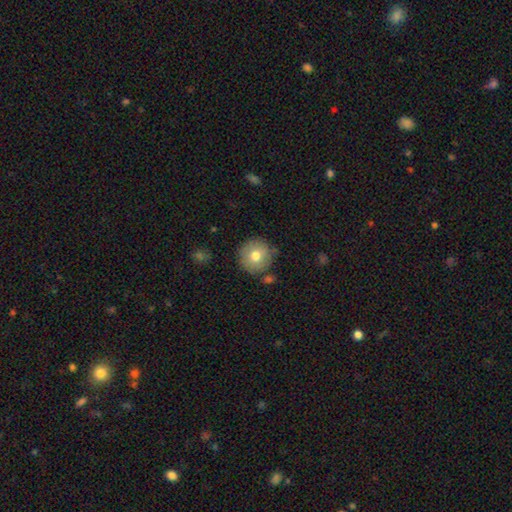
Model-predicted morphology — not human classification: This appears to be a smooth galaxy with no disk features (75%) that is round (94%). Merging: none (82%).